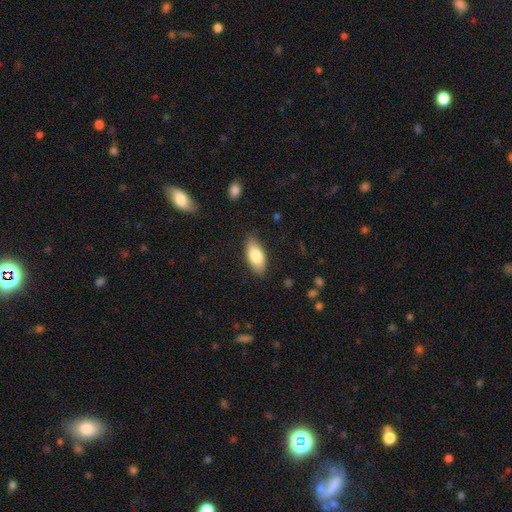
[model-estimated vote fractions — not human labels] smooth 80%, featured or disk 14%, star or artifact 6%. Down the decision tree: how rounded — in between (87%); merging — none (84%).